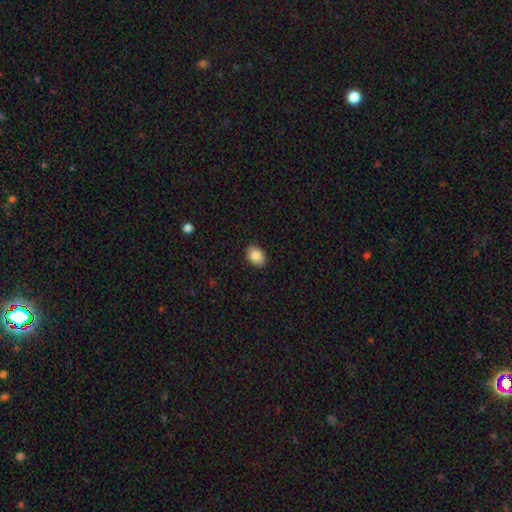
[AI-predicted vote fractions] Smooth or featured?
  - smooth: 86% *
  - star or artifact: 7%
  - featured or disk: 6%
How rounded?
  - in between: 84% *
  - round: 15%
  - cigar-shaped: 1%
Merging?
  - none: 89% *
  - minor disturbance: 8%
  - major disturbance: 2%
  - merger: 1%